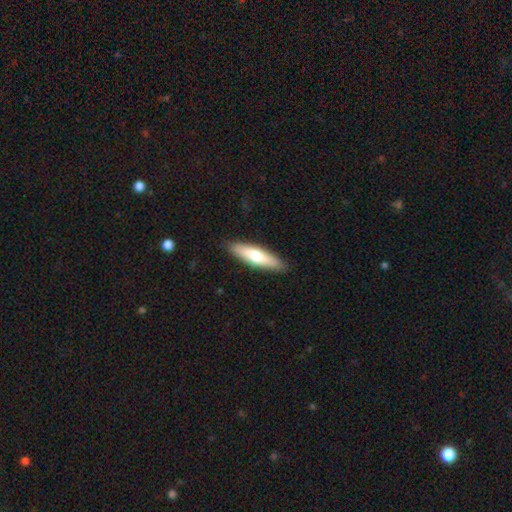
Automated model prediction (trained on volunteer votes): This appears to be a smooth galaxy with no disk features (68%) that is cigar-shaped (70%). Merging: none (88%).